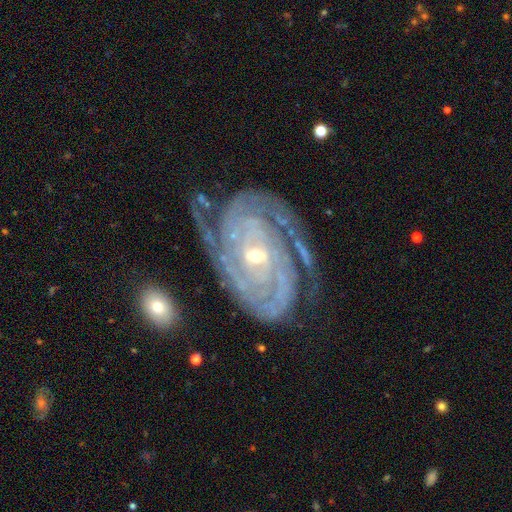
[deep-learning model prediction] The model was most divided on "spiral arm count": 2: 28%, 3: 24%, can't tell: 17%, 4: 16%, more than 4: 8%, 1: 6%. More confident: spiral arms — yes (98%); edge-on disk — no (97%); smooth or featured — featured or disk (91%); spiral winding — tight (78%); merging — none (69%); bar — no (63%); bulge size — small (56%).